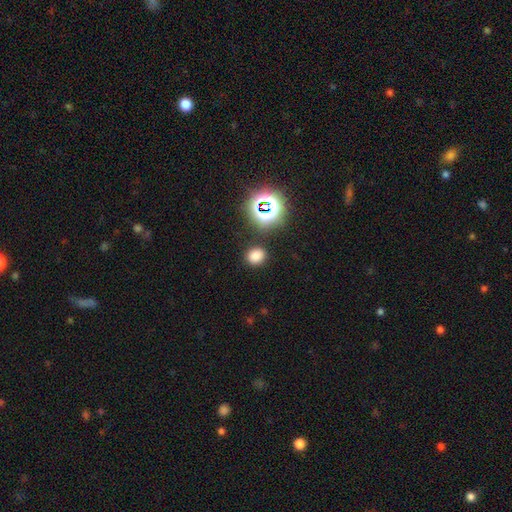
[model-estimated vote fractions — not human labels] The model was most divided on "how rounded": round: 70%, in between: 29%, cigar-shaped: 1%. More confident: merging — none (85%); smooth or featured — smooth (75%).